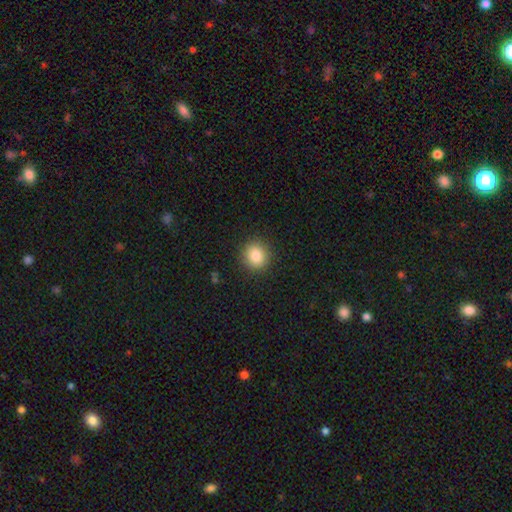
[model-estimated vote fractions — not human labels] Overall: smooth (85%). How rounded: round (86%). Merging: none (90%).